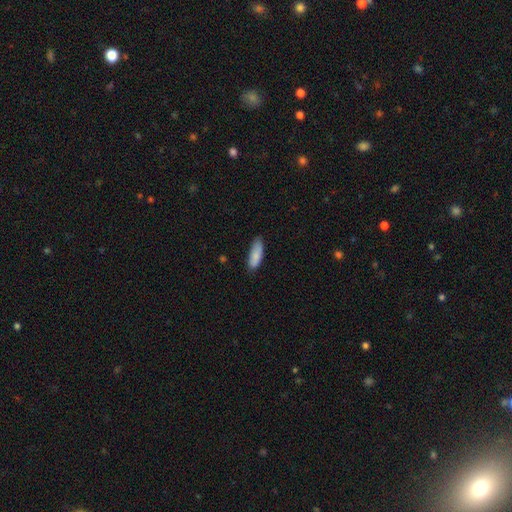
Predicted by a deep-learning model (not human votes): This is clearly a smooth galaxy (86%). How rounded: likely in between (64%). Merging: likely none (76%).